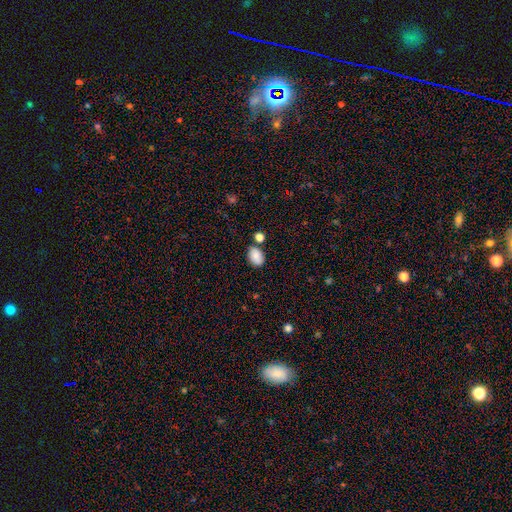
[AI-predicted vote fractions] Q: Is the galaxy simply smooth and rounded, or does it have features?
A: smooth — 82%.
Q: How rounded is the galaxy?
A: in between — 75%.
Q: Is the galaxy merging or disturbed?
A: none — 71%.